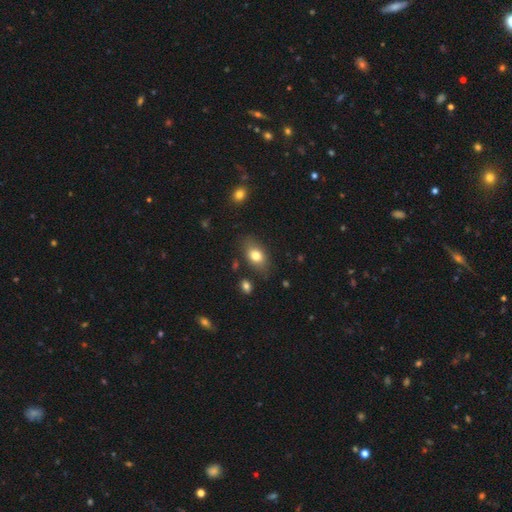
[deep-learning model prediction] Smooth or featured? Predicted: smooth (p=0.78). How rounded? Predicted: in between (p=0.86). Merging? Predicted: none (p=0.79).